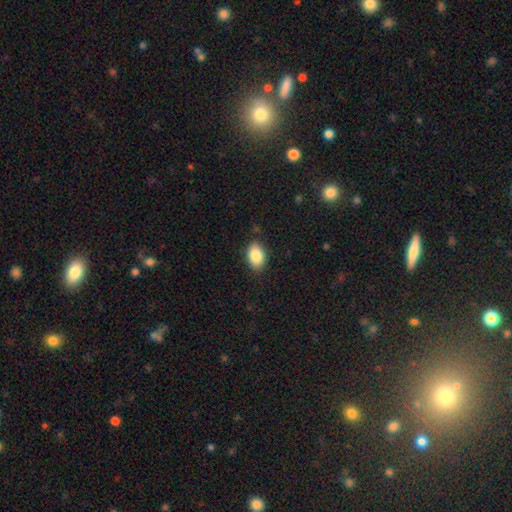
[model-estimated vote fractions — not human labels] This appears to be a smooth galaxy with no disk features (87%) that is in between round and cigar-shaped (88%). Merging: none (85%).